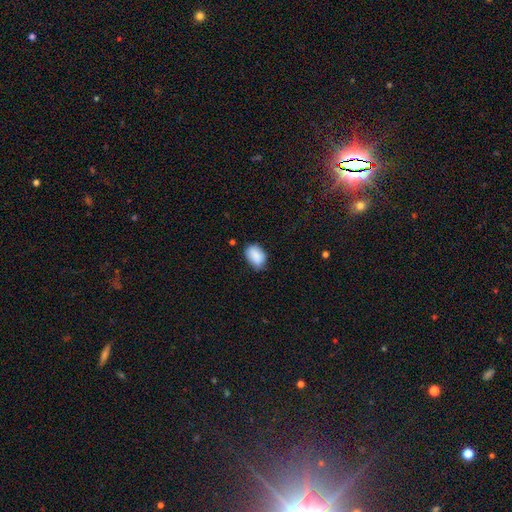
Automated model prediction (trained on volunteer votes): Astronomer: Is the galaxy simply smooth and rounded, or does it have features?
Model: smooth — 88%.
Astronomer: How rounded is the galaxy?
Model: in between — 83%.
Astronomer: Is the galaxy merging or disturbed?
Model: none — 67%.